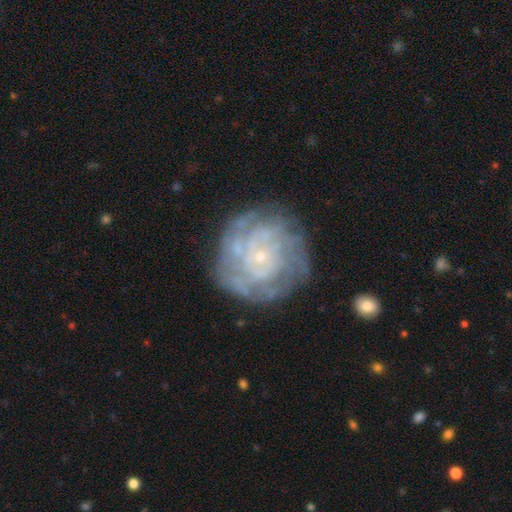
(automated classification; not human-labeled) A featured or disk galaxy (75%) with no bar (81%), tight (74%) spiral arms (81%) and a small central bulge (84%).

Vote fractions:
- Smooth or featured? featured or disk: 75% / smooth: 17% / star or artifact: 8%
- Edge-on disk? no: 97% / yes: 3%
- Bar? no: 81% / weak: 16% / strong: 4%
- Spiral arms? yes: 81% / no: 19%
- Spiral winding? tight: 74% / medium: 19% / loose: 6%
- Spiral arm count? can't tell: 51% / 4: 14% / 3: 10% / more than 4: 10% / 2: 10% / 1: 6%
- Bulge size? small: 84% / moderate: 9% / none: 4% / large: 1% / dominant: 1%
- Merging? none: 75% / minor disturbance: 15% / major disturbance: 8% / merger: 2%